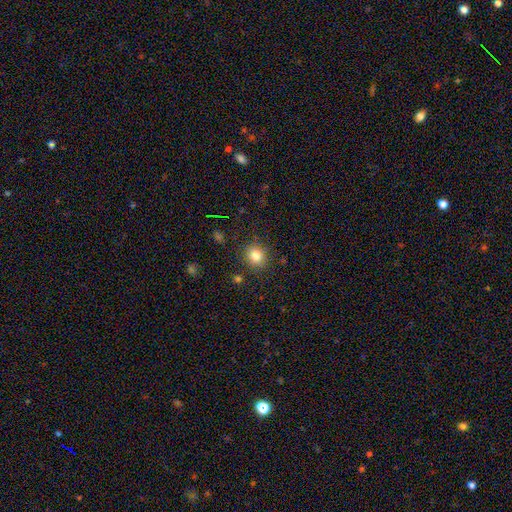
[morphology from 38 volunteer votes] This is clearly a smooth galaxy (87%). How rounded: clearly round (91%). Merging: clearly none (86%).